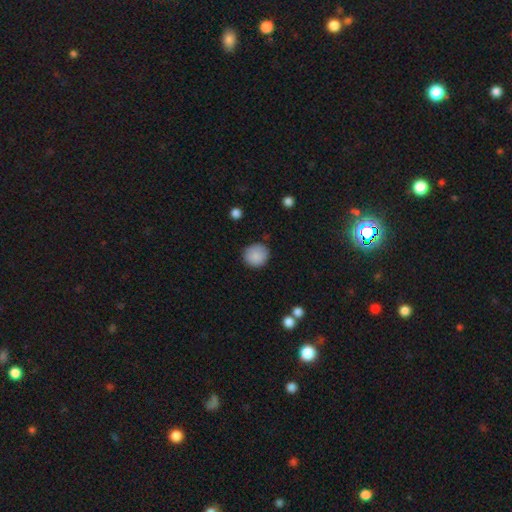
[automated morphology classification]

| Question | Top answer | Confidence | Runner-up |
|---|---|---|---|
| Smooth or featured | smooth | 88% | star or artifact (8%) |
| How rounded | round | 88% | in between (11%) |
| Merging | none | 84% | minor disturbance (12%) |